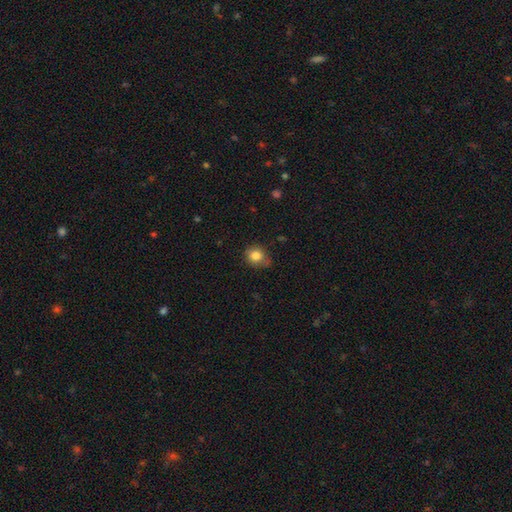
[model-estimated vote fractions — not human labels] Morphology: type=smooth (83%); roundness=round (71%); merging=none (66%).